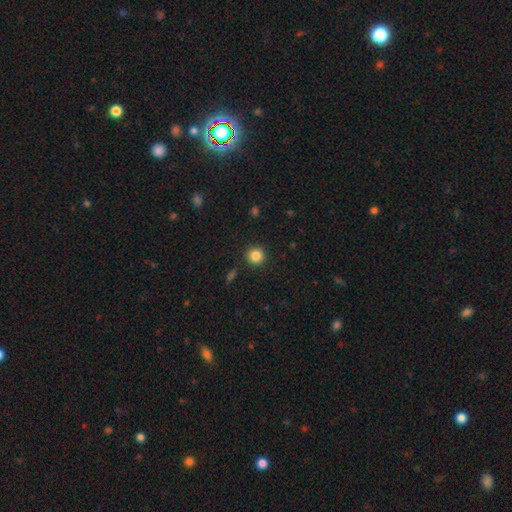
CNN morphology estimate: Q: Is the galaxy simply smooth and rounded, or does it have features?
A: smooth — 85%.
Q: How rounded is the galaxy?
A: round — 94%.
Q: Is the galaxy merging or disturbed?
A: none — 91%.